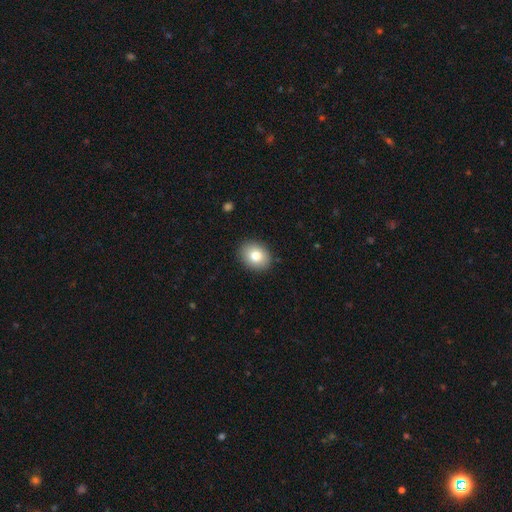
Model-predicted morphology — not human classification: A smooth galaxy with no disk features (81%) that is round (53%).

Vote fractions:
- Smooth or featured? smooth: 81% / featured or disk: 11% / star or artifact: 9%
- How rounded? round: 53% / in between: 46% / cigar-shaped: 1%
- Merging? none: 90% / minor disturbance: 7% / major disturbance: 2% / merger: 1%